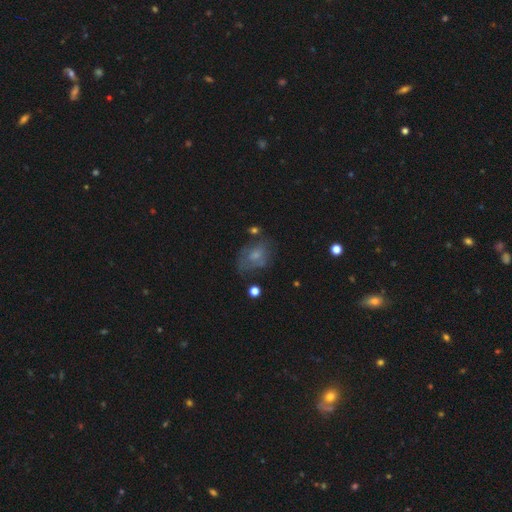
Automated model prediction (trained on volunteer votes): Smooth or featured? Predicted: smooth (p=0.54). How rounded? Predicted: in between (p=0.66). Merging? Predicted: none (p=0.45).